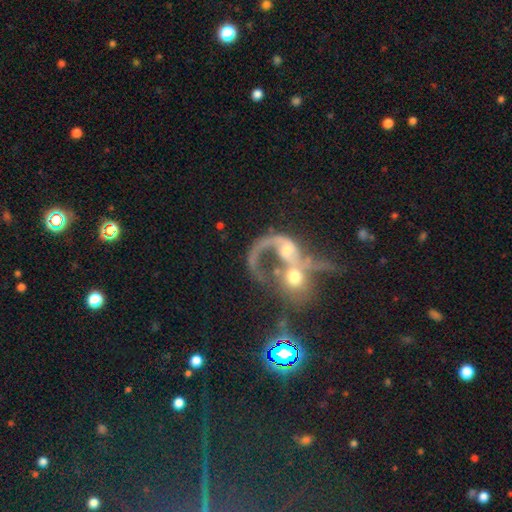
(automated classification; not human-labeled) Smooth or featured? Predicted: featured or disk (p=0.66). Edge-on disk? Predicted: no (p=0.96). Bar? Predicted: no (p=0.70). Spiral arms? Predicted: yes (p=0.65). Bulge size? Predicted: moderate (p=0.55). Merging? Predicted: merger (p=0.72).